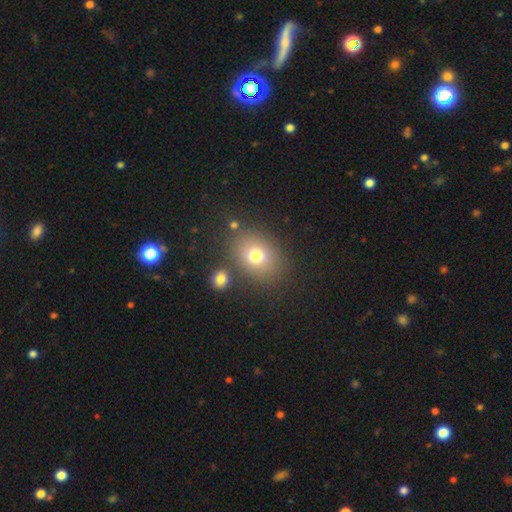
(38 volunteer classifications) smooth_or_featured: smooth (p=0.92) [alt: featured or disk p=0.05]
how_rounded: in between (p=0.54) [alt: round p=0.46]
merging: none (p=0.76) [alt: major disturbance p=0.14]